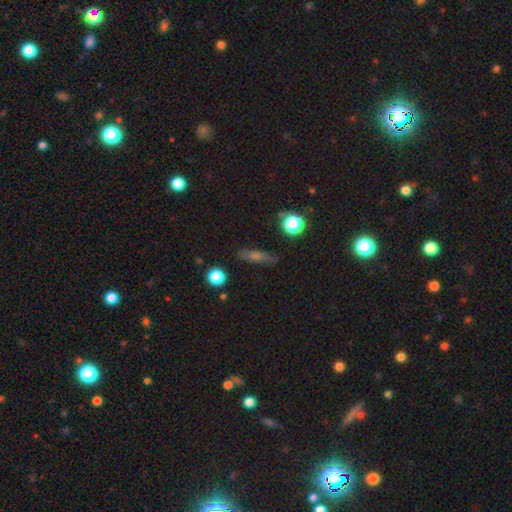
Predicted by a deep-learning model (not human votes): The model was most divided on "smooth or featured": smooth: 54%, featured or disk: 29%, star or artifact: 17%. More confident: merging — none (85%); how rounded — cigar-shaped (66%).